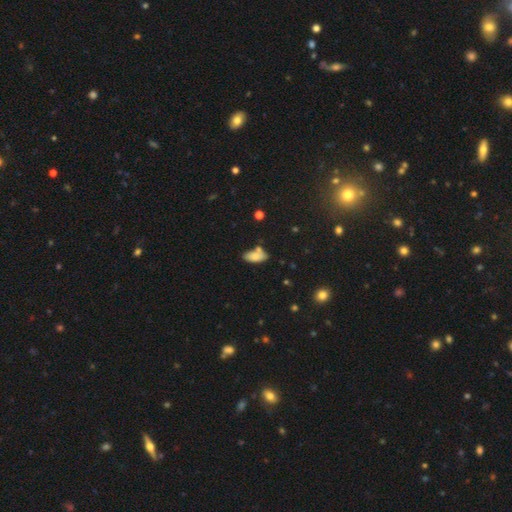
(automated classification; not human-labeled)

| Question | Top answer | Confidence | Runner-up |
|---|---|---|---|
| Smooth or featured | smooth | 76% | featured or disk (15%) |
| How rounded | in between | 90% | cigar-shaped (7%) |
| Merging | none | 57% | minor disturbance (21%) |